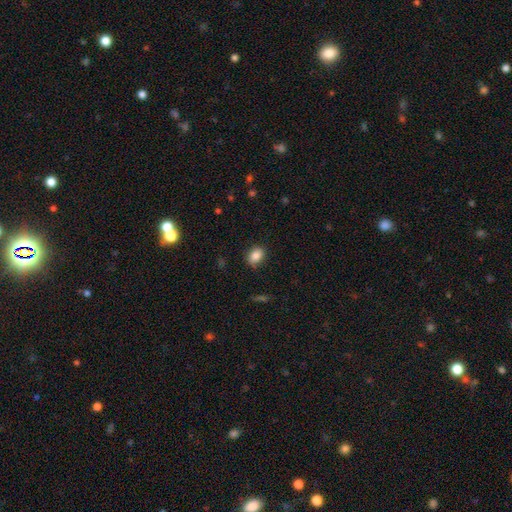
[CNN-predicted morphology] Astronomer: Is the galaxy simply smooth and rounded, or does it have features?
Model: smooth — 86%.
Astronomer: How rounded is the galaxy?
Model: in between — 66%.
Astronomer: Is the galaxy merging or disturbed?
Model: none — 84%.